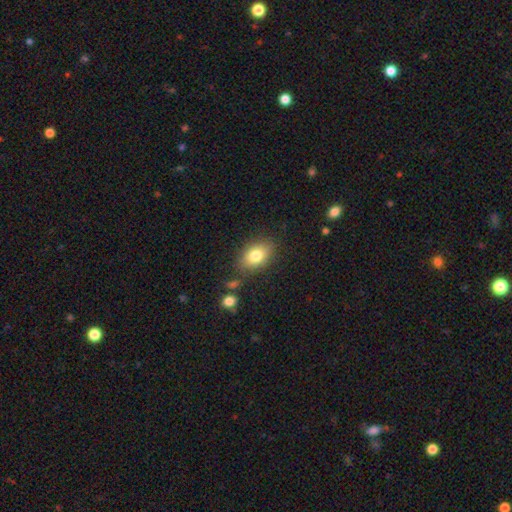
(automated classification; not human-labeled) smooth 79%, featured or disk 12%, star or artifact 9%. Down the decision tree: how rounded — in between (81%); merging — none (77%).